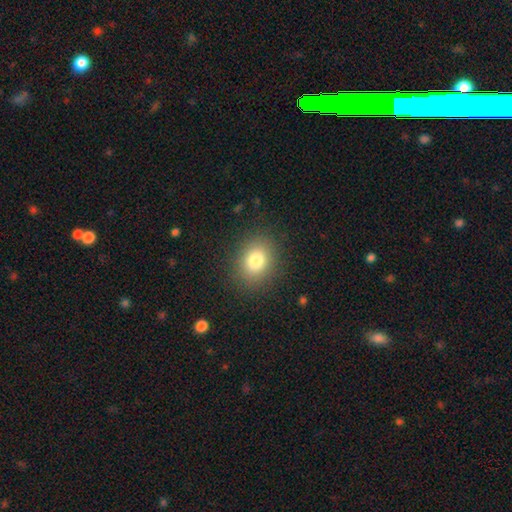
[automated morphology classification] smooth 81%, star or artifact 11%, featured or disk 8%. Down the decision tree: how rounded — round (51%); merging — none (88%).